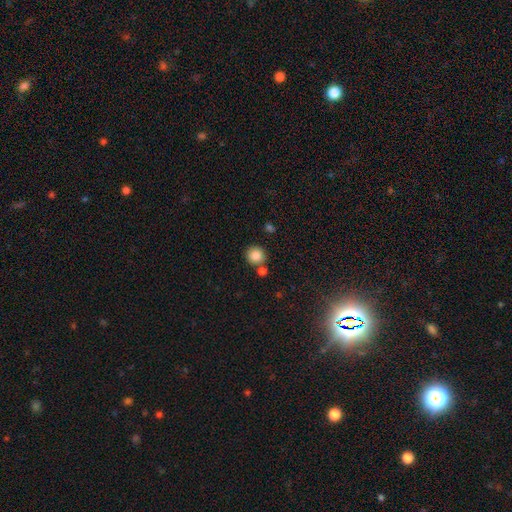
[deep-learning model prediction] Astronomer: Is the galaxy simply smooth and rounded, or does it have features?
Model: smooth — 86%.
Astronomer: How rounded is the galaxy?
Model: round — 91%.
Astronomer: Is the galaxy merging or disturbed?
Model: none — 74%.